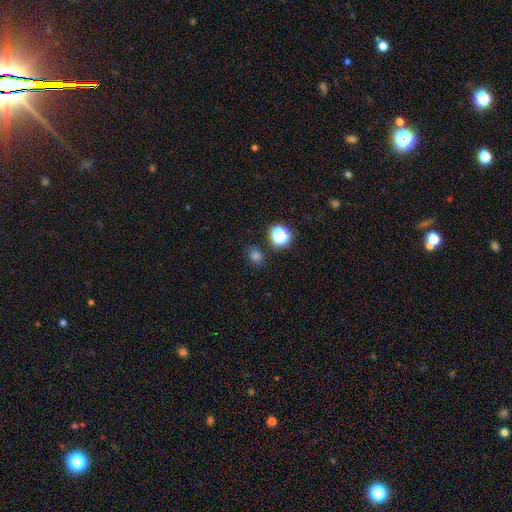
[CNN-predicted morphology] Smooth or featured?
  - smooth: 69% *
  - star or artifact: 26%
  - featured or disk: 5%
How rounded?
  - round: 77% *
  - in between: 22%
  - cigar-shaped: 1%
Merging?
  - none: 84% *
  - minor disturbance: 9%
  - merger: 5%
  - major disturbance: 3%